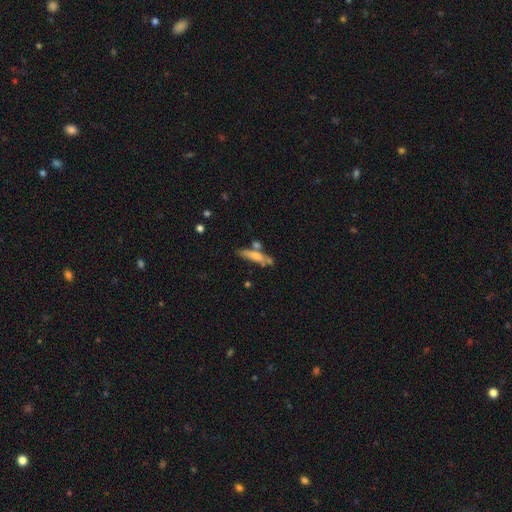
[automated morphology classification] A smooth galaxy with no disk features (59%) that is cigar-shaped (73%).

Vote fractions:
- Smooth or featured? smooth: 59% / featured or disk: 34% / star or artifact: 7%
- How rounded? cigar-shaped: 73% / in between: 24% / round: 2%
- Merging? none: 54% / merger: 20% / minor disturbance: 19% / major disturbance: 7%